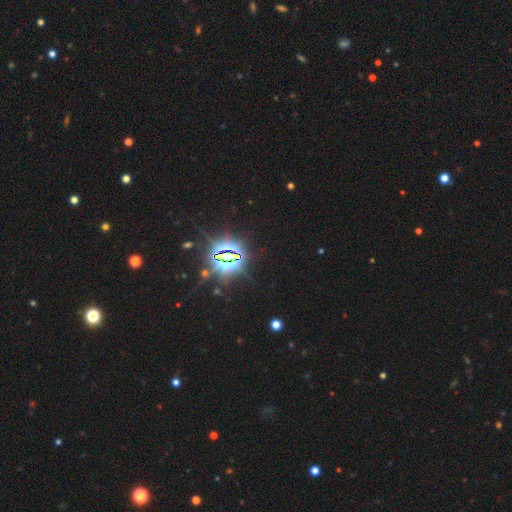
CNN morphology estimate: Smooth or featured? Predicted: star or artifact (p=0.87).